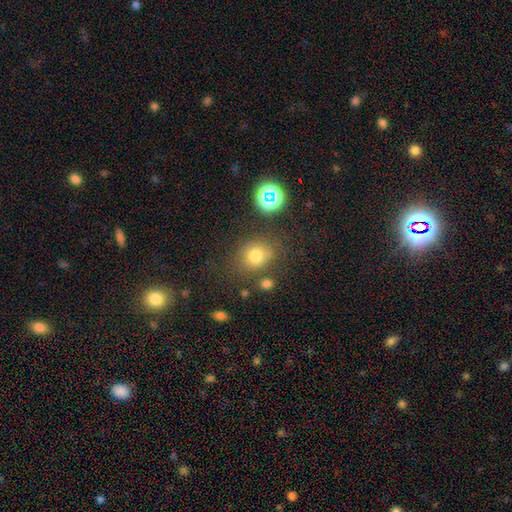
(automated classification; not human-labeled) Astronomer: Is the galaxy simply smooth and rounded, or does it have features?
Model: smooth — 71%.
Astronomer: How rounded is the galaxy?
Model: round — 75%.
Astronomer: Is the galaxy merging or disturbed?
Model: none — 72%.